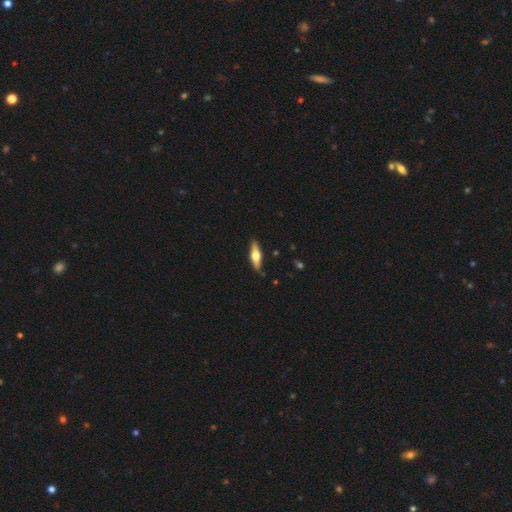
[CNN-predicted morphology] The model was most divided on "smooth or featured": featured or disk: 57%, smooth: 38%, star or artifact: 5%. More confident: edge-on bulge — rounded (94%); edge-on disk — yes (93%); merging — none (87%).